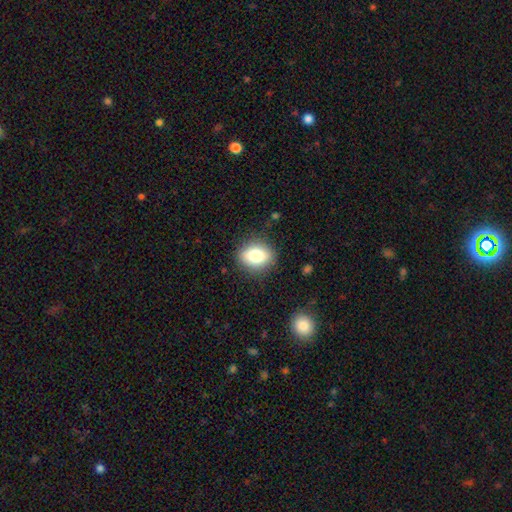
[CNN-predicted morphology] smooth-or-featured: smooth: 78% | featured or disk: 12% | star or artifact: 9%
  how-rounded: in between: 56% | round: 42% | cigar-shaped: 2%
  merging: none: 86% | minor disturbance: 10% | major disturbance: 3% | merger: 1%